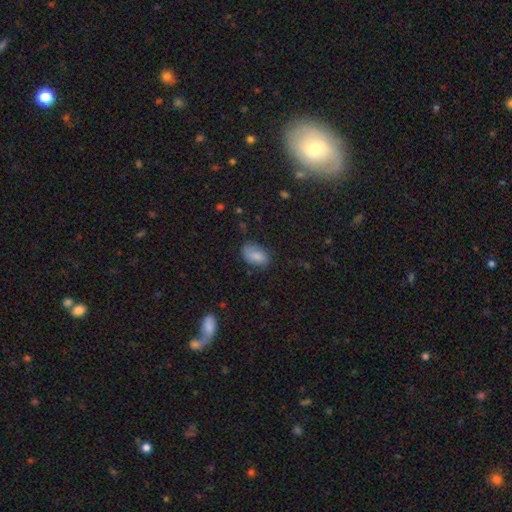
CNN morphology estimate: This is clearly a smooth galaxy (81%). How rounded: clearly in between (91%). Merging: likely none (62%).